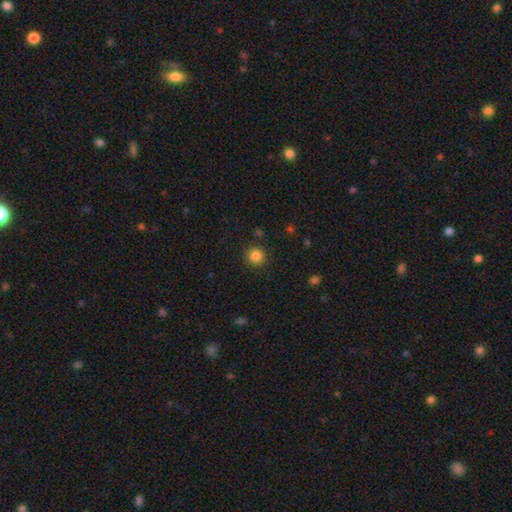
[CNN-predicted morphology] Smooth or featured? Predicted: smooth (p=0.85). How rounded? Predicted: round (p=0.95). Merging? Predicted: none (p=0.90).